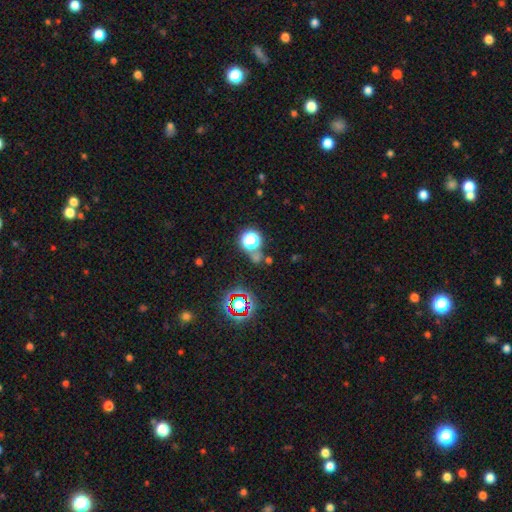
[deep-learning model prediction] smooth_or_featured: star or artifact (p=0.60) [alt: smooth p=0.31]